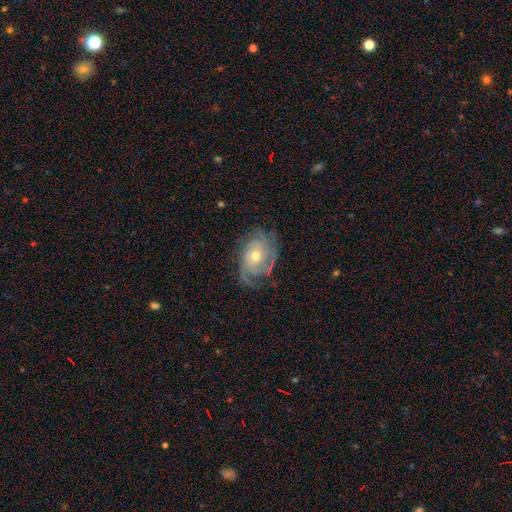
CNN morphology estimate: A featured or disk galaxy (84%) with no bar (76%), tight (60%) spiral arms (95%) and a moderate central bulge (64%). Merging: none (69%).